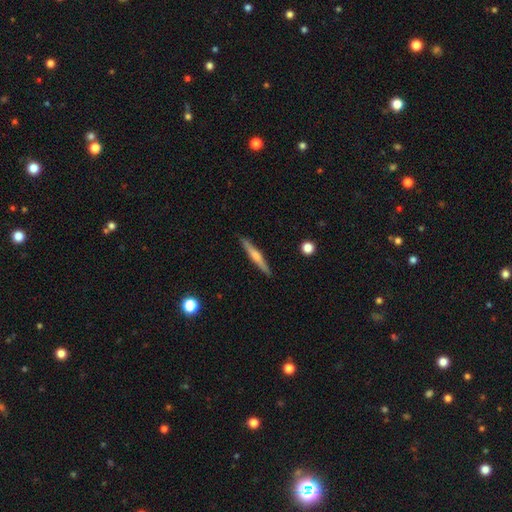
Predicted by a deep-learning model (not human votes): Morphology: type=featured or disk (53%); edge-on=yes (97%); edge-on bulge=rounded (72%); merging=none (90%).